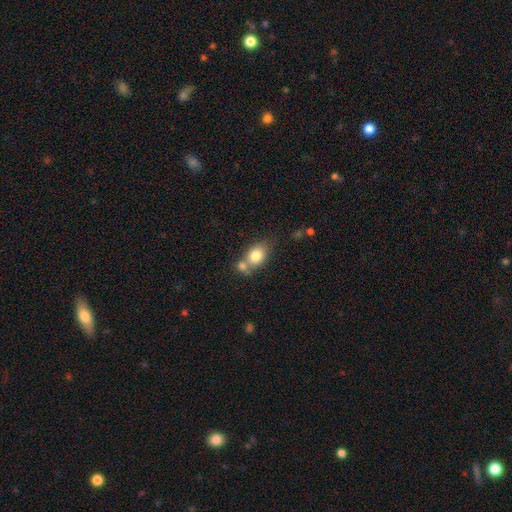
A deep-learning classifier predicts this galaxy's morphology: Overall: smooth (79%). How rounded: in between (61%; round 38%). Merging: merger (45%; none 38%).